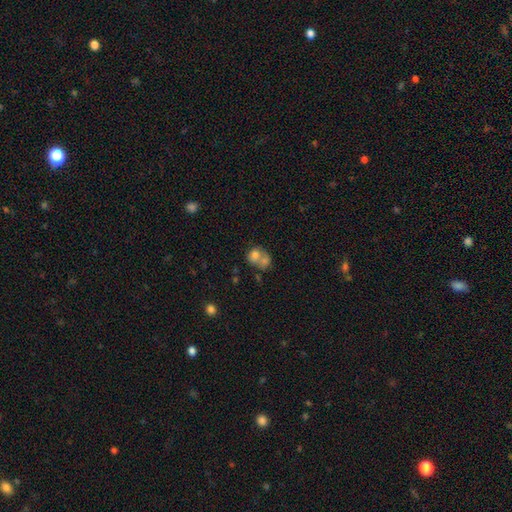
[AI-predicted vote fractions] Q: Smooth or featured?
A: smooth (68%); runner-up: featured or disk (20%)
Q: How rounded?
A: round (62%); runner-up: in between (37%)
Q: Merging?
A: merger (63%); runner-up: none (24%)